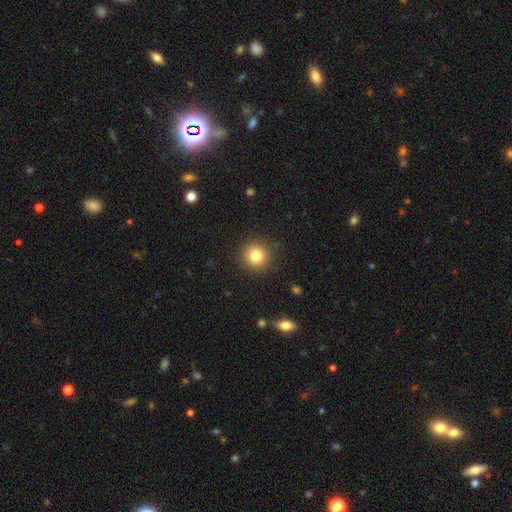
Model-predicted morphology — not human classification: Smooth or featured: smooth — 82% (star or artifact — 11%)
How rounded: round — 93% (in between — 6%)
Merging: none — 89% (minor disturbance — 7%)